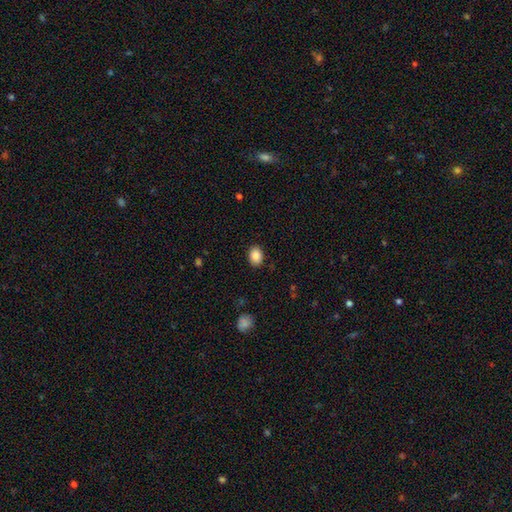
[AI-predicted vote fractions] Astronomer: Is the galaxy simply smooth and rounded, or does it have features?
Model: smooth — 88%.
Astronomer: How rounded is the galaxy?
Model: in between — 61% (runner-up: round, 38%).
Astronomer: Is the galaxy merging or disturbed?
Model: none — 89%.